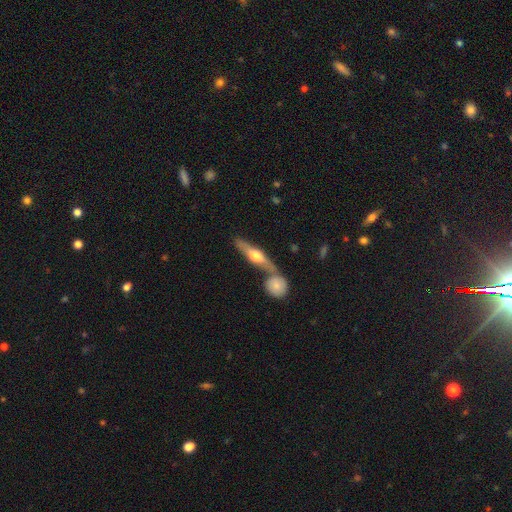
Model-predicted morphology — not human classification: This is possibly a featured or disk galaxy (59%). It is clearly viewed edge-on (89%). Edge-on bulge: clearly rounded (91%). Merging: possibly none (59%).